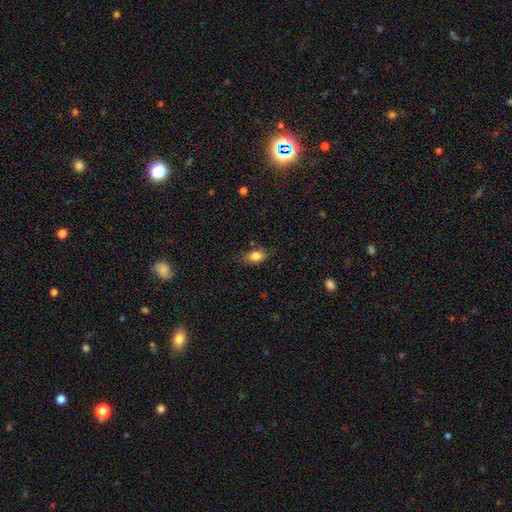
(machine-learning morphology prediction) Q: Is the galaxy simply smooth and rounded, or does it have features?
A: smooth — 81%.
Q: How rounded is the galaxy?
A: in between — 78%.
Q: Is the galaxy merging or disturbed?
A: none — 73%.